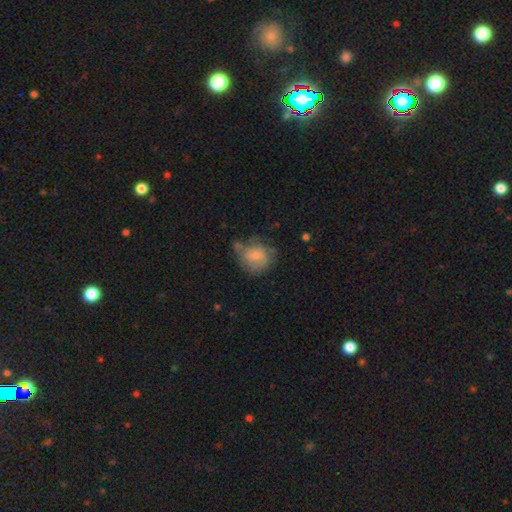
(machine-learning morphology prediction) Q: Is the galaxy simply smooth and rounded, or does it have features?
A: smooth — 66%.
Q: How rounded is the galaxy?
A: round — 74%.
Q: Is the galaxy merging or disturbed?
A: none — 47%.